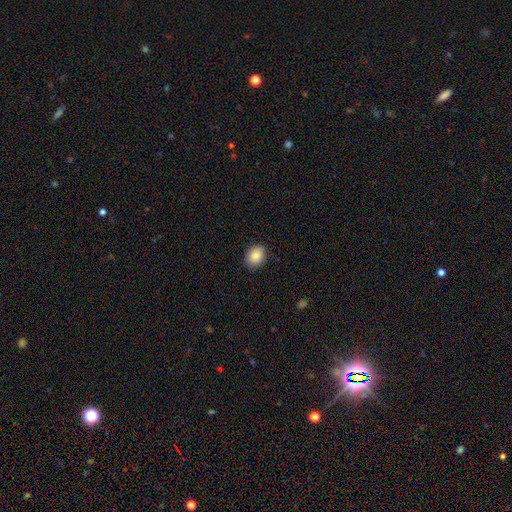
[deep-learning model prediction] Smooth or featured? Predicted: smooth (p=0.86). How rounded? Predicted: in between (p=0.50). Merging? Predicted: none (p=0.88).